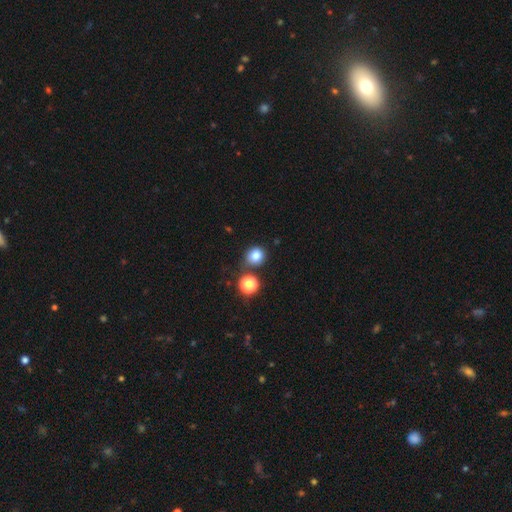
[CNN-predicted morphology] A smooth galaxy with no disk features (81%) that is round (83%).

Vote fractions:
- Smooth or featured? smooth: 81% / star or artifact: 13% / featured or disk: 5%
- How rounded? round: 83% / in between: 16% / cigar-shaped: 1%
- Merging? none: 74% / minor disturbance: 11% / merger: 11% / major disturbance: 3%